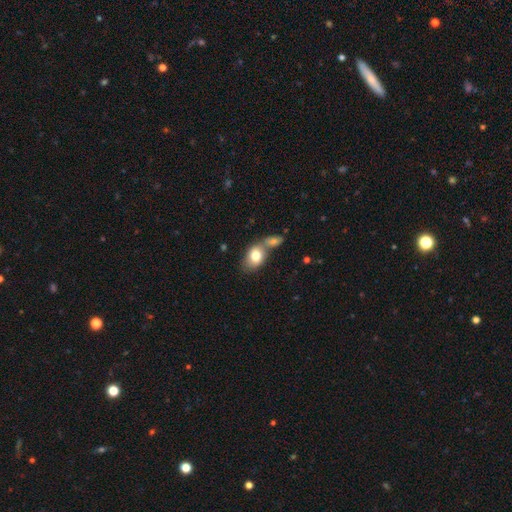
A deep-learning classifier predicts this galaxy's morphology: Smooth or featured: smooth — 78% (featured or disk — 14%)
How rounded: in between — 77% (round — 21%)
Merging: merger — 46% (none — 37%)